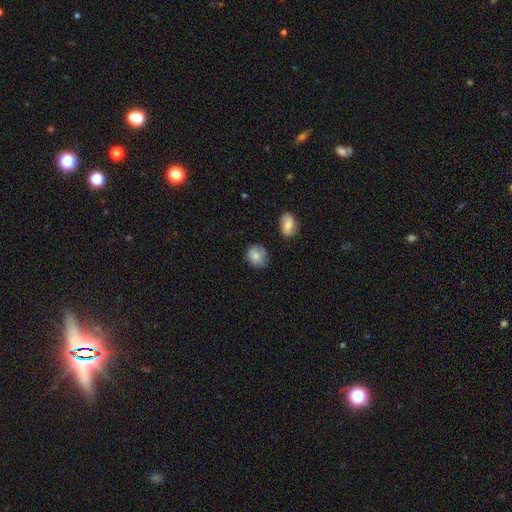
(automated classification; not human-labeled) smooth_or_featured: smooth (p=0.81) [alt: featured or disk p=0.11]
how_rounded: round (p=0.76) [alt: in between p=0.23]
merging: none (p=0.72) [alt: minor disturbance p=0.21]